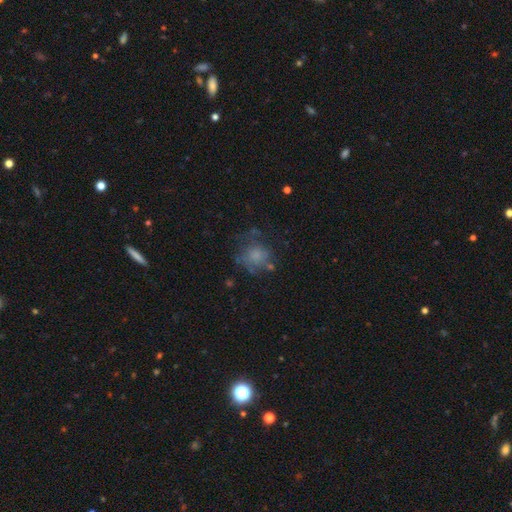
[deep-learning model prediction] Smooth or featured? smooth (63%)
How rounded? round (74%)
Merging? none (47%)